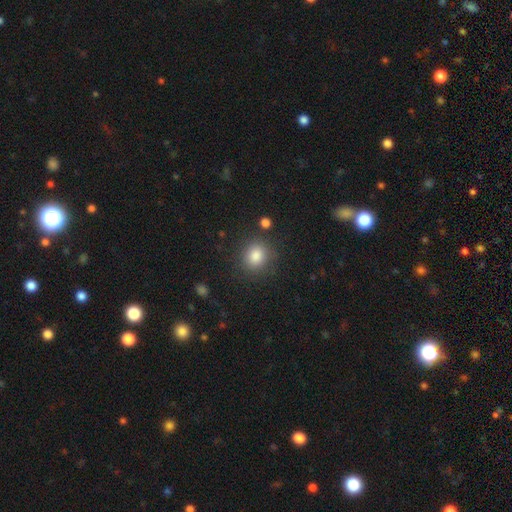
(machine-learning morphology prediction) smooth-or-featured: smooth: 85% | star or artifact: 10% | featured or disk: 5%
  how-rounded: round: 74% | in between: 25% | cigar-shaped: 1%
  merging: none: 83% | minor disturbance: 11% | major disturbance: 4% | merger: 3%